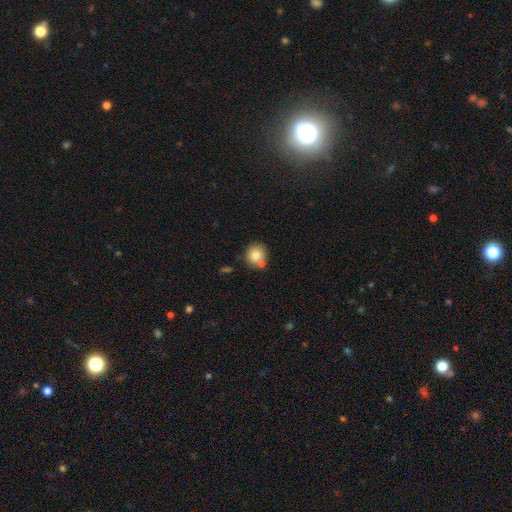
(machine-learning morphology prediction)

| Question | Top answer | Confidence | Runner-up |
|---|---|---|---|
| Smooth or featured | smooth | 83% | featured or disk (9%) |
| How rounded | round | 86% | in between (13%) |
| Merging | none | 63% | merger (20%) |